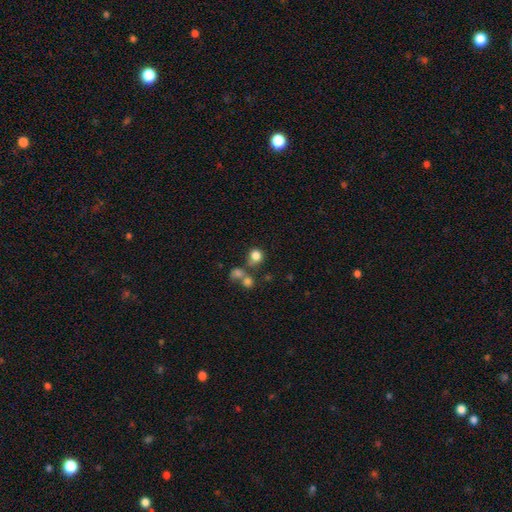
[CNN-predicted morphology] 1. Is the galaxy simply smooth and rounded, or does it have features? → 79% smooth, 13% star or artifact, 8% featured or disk.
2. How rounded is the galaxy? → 81% round, 18% in between, 1% cigar-shaped.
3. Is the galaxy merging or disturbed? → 59% none, 24% merger, 11% minor disturbance, 6% major disturbance.